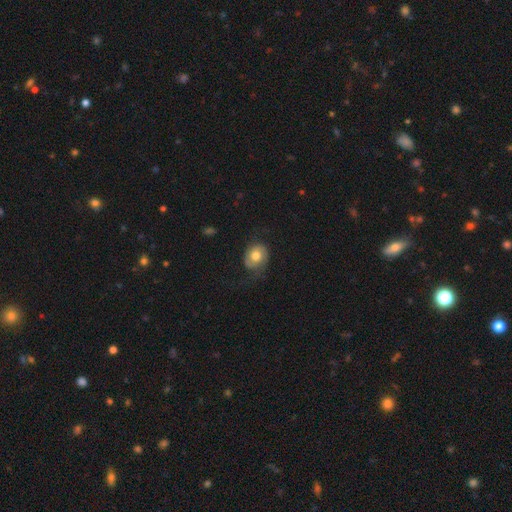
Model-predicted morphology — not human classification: smooth-or-featured: smooth: 50% | featured or disk: 43% | star or artifact: 7%
  how-rounded: in between: 53% | round: 46% | cigar-shaped: 1%
  merging: none: 57% | minor disturbance: 24% | major disturbance: 18% | merger: 1%